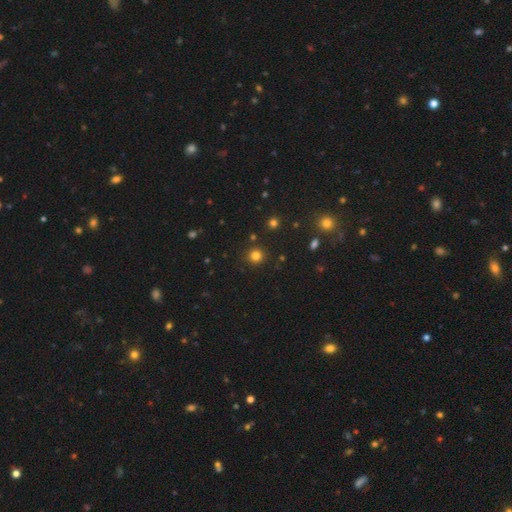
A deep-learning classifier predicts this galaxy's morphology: A smooth galaxy with no disk features (80%) that is round (94%).

Vote fractions:
- Smooth or featured? smooth: 80% / star or artifact: 15% / featured or disk: 5%
- How rounded? round: 94% / in between: 5% / cigar-shaped: 1%
- Merging? none: 90% / minor disturbance: 6% / merger: 3% / major disturbance: 2%